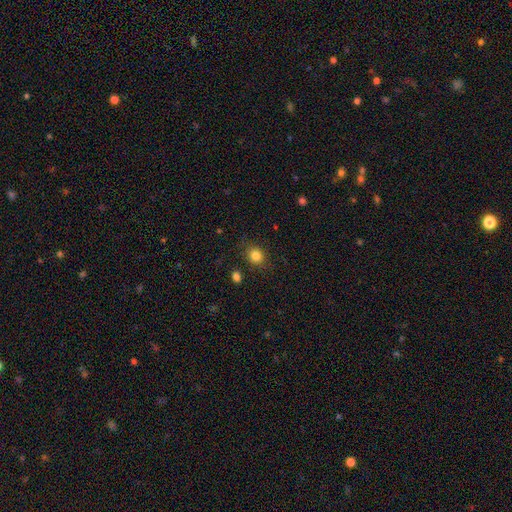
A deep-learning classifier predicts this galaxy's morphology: smooth 83%, star or artifact 11%, featured or disk 6%. Down the decision tree: how rounded — round (68%); merging — none (84%).